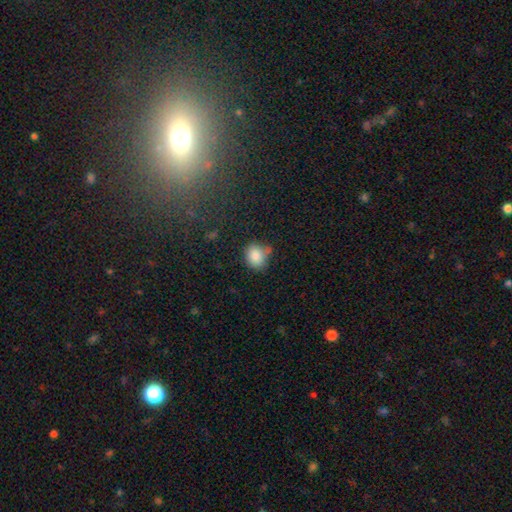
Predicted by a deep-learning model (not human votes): This appears to be a smooth galaxy with no disk features (85%) that is round (59%). Merging: none (55%).